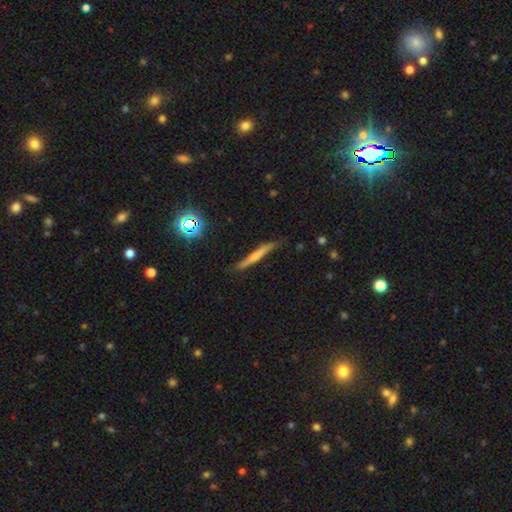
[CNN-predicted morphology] smooth_or_featured: smooth (p=0.49) [alt: featured or disk p=0.41]
merging: none (p=0.79) [alt: minor disturbance p=0.16]